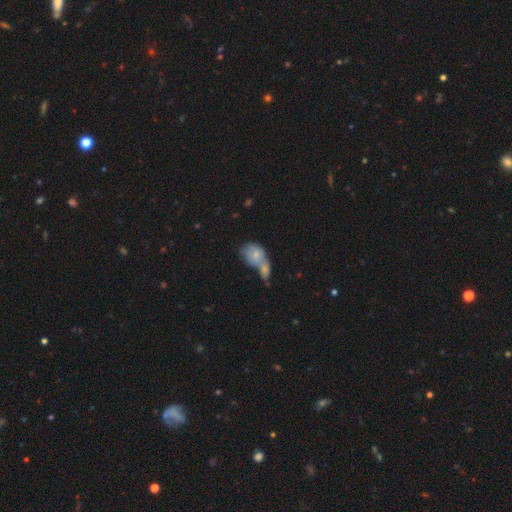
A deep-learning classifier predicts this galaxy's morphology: smooth 69%, featured or disk 23%, star or artifact 8%. Down the decision tree: how rounded — in between (63%); merging — merger (71%).